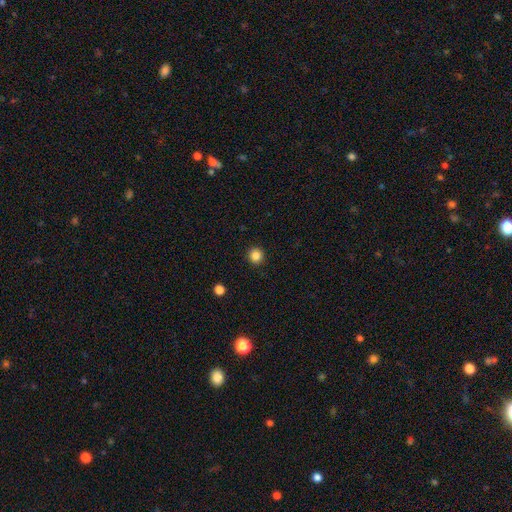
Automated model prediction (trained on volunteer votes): Smooth or featured: smooth — 85% (star or artifact — 11%)
How rounded: round — 94% (in between — 5%)
Merging: none — 93% (minor disturbance — 5%)